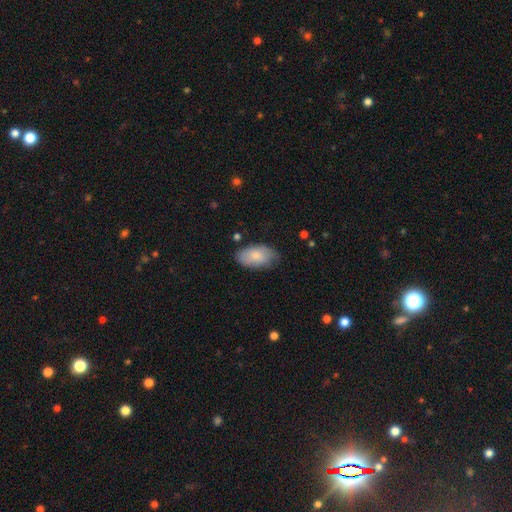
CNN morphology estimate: Smooth or featured? smooth (80%)
How rounded? in between (94%)
Merging? none (71%)